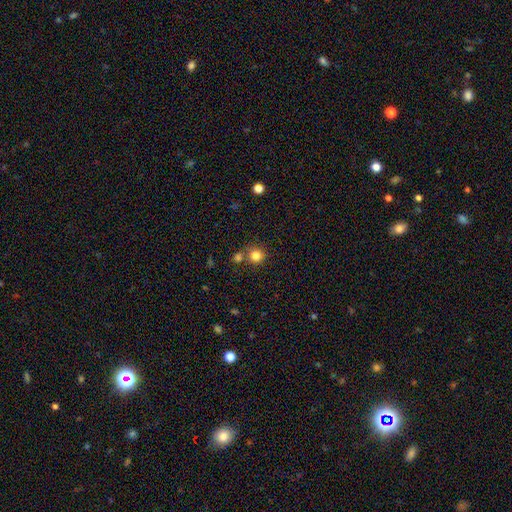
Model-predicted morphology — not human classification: This appears to be a smooth galaxy with no disk features (81%) that is round (91%). Merging: none (70%).